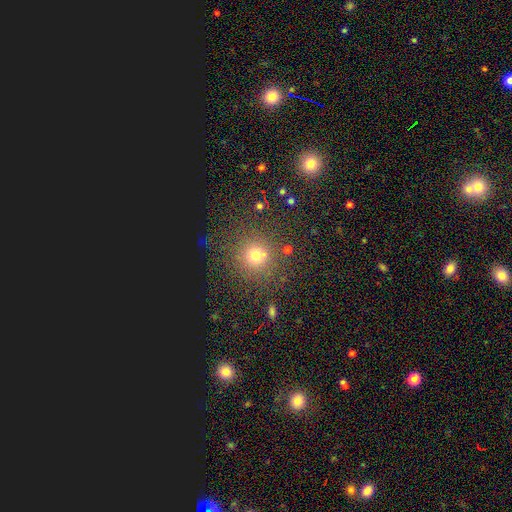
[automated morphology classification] The model was most divided on "smooth or featured": smooth: 72%, star or artifact: 20%, featured or disk: 9%. More confident: how rounded — round (92%); merging — none (78%).